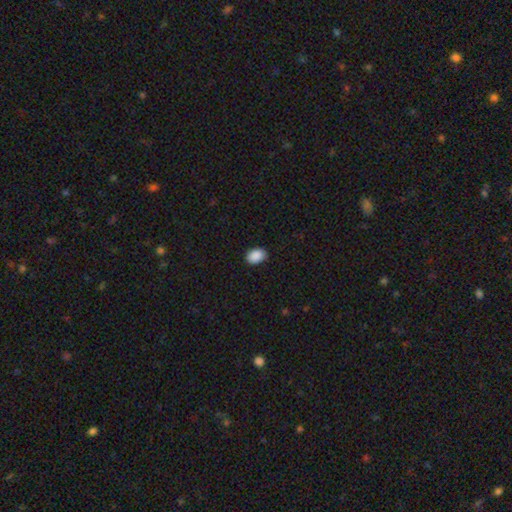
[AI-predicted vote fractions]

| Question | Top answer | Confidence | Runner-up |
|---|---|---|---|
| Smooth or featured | smooth | 90% | star or artifact (7%) |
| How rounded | in between | 83% | round (16%) |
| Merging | none | 88% | minor disturbance (9%) |